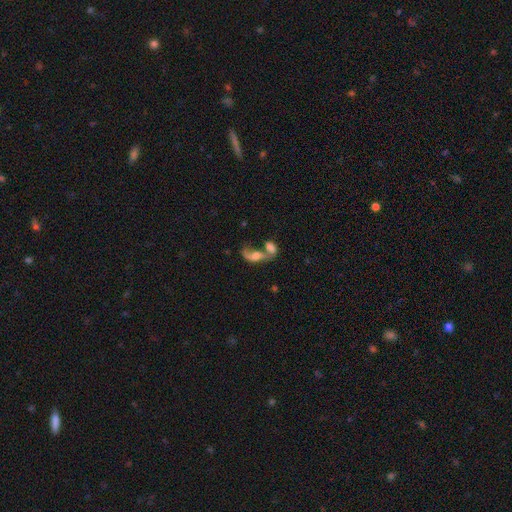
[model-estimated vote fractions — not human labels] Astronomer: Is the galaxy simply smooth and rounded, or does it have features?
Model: smooth — 48% (runner-up: featured or disk, 42%).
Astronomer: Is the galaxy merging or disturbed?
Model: merger — 68%.